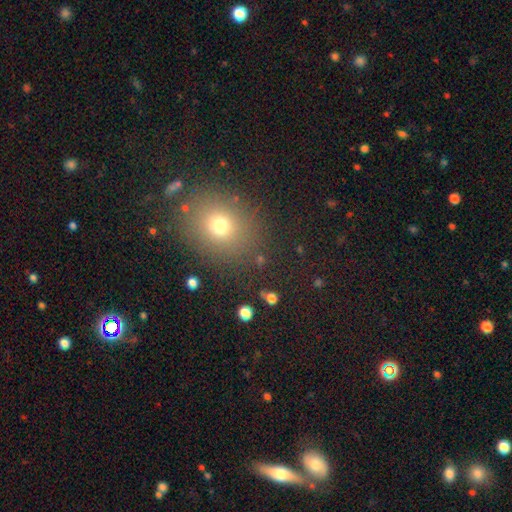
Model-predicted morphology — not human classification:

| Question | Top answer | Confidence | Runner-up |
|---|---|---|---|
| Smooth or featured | smooth | 64% | star or artifact (27%) |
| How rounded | round | 70% | in between (29%) |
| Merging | none | 86% | minor disturbance (8%) |